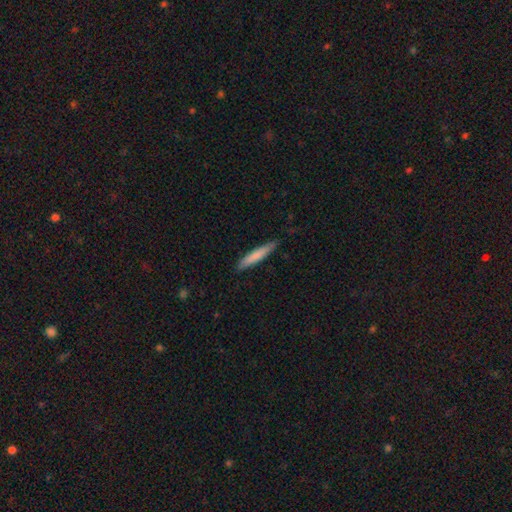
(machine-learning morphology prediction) This appears to be a smooth galaxy with no disk features (75%) that is cigar-shaped (93%). Merging: none (86%).